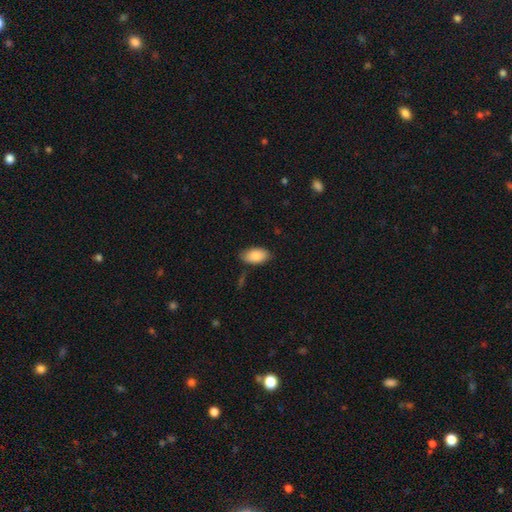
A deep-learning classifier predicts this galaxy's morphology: Smooth or featured? smooth (88%)
How rounded? in between (94%)
Merging? none (81%)